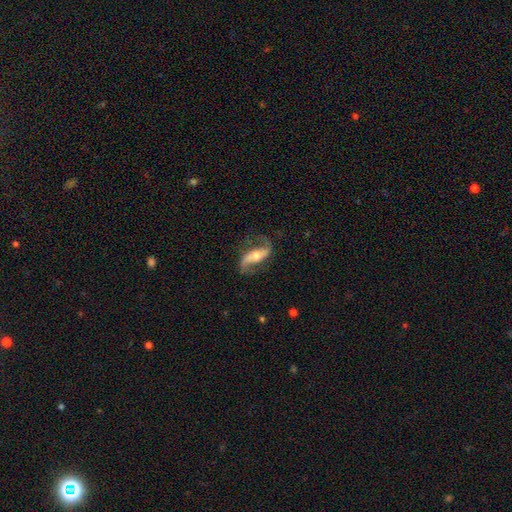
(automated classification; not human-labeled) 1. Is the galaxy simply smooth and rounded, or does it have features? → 85% featured or disk, 10% smooth, 5% star or artifact.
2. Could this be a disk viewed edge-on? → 91% no, 9% yes.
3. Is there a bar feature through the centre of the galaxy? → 42% strong, 29% no, 29% weak.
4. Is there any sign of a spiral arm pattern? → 95% yes, 5% no.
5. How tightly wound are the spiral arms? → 67% loose, 25% medium, 8% tight.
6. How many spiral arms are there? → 92% 2, 3% 1, 2% can't tell, 1% 3, 1% 4, 1% more than 4.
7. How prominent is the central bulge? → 61% moderate, 28% small, 7% large, 2% none, 1% dominant.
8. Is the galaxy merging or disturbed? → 75% none, 14% minor disturbance, 9% major disturbance, 2% merger.